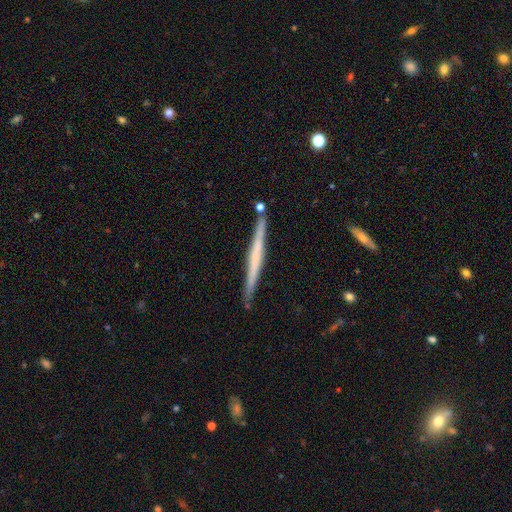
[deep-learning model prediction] This is possibly a featured or disk galaxy (55%). It is clearly viewed edge-on (97%). Edge-on bulge: likely none (77%). Merging: clearly none (87%).